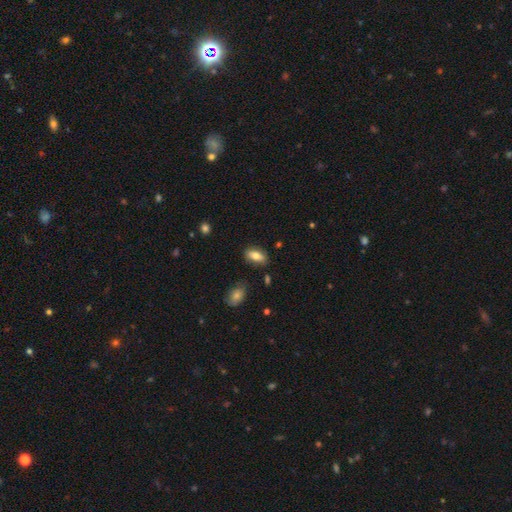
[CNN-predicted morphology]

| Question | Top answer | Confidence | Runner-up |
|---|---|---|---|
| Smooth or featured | smooth | 77% | featured or disk (15%) |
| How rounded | in between | 87% | cigar-shaped (9%) |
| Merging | none | 81% | minor disturbance (13%) |